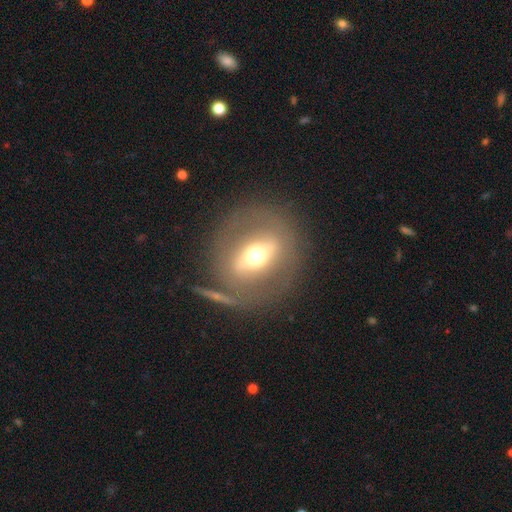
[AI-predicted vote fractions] smooth_or_featured: featured or disk (p=0.61) [alt: smooth p=0.31]
disk_edge_on: no (p=0.75) [alt: yes p=0.25]
merging: none (p=0.76) [alt: minor disturbance p=0.10]